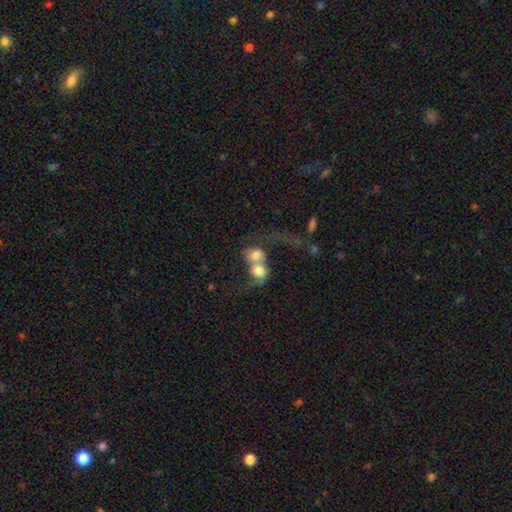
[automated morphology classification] This appears to be a smooth galaxy with no disk features (60%) that is round (59%). Merging: merger (82%).